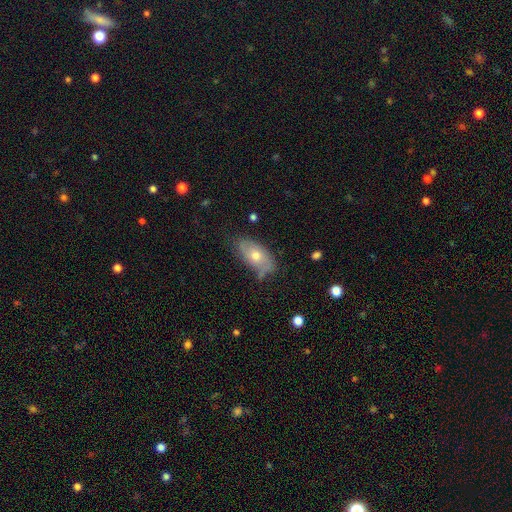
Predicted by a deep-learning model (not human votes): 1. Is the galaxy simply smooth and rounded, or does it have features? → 51% smooth, 41% featured or disk, 8% star or artifact.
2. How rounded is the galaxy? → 89% in between, 5% cigar-shaped, 5% round.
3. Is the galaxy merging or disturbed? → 63% none, 27% minor disturbance, 7% major disturbance, 3% merger.